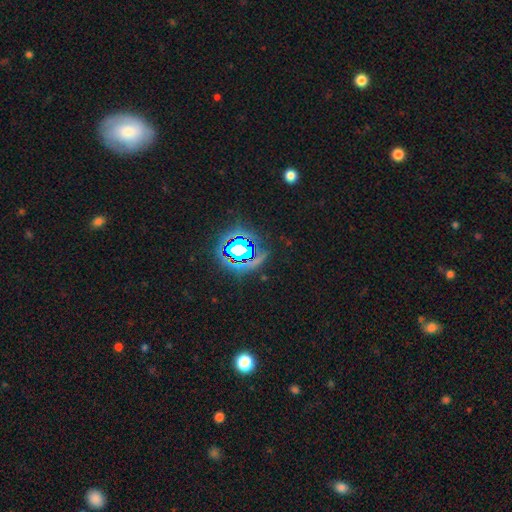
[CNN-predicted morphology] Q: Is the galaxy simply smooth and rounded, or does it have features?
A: star or artifact — 77%.